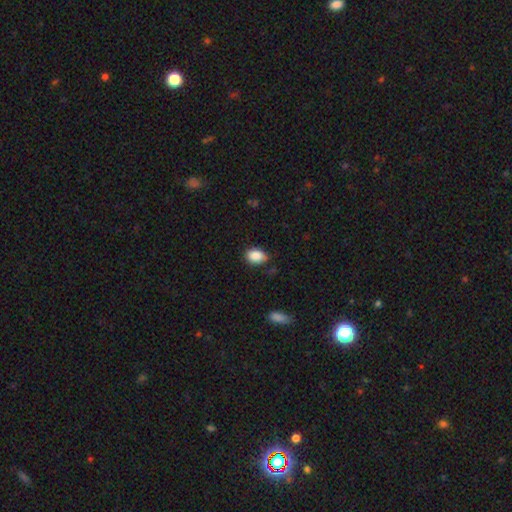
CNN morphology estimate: This appears to be a smooth galaxy with no disk features (88%) that is in between round and cigar-shaped (81%). Merging: none (74%).